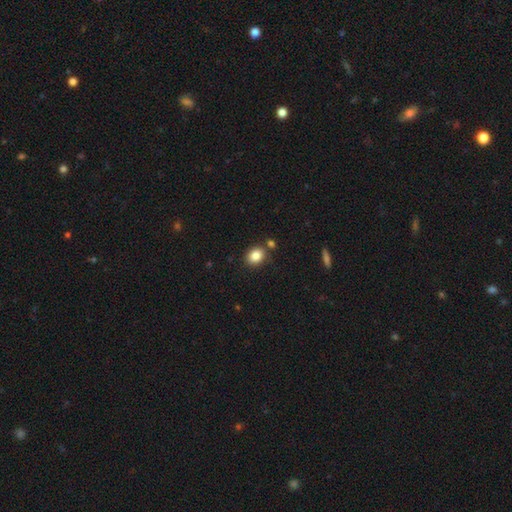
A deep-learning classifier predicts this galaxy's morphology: Smooth or featured?
  - smooth: 85% *
  - star or artifact: 9%
  - featured or disk: 6%
How rounded?
  - in between: 51% *
  - round: 48%
  - cigar-shaped: 1%
Merging?
  - none: 78% *
  - minor disturbance: 10%
  - merger: 9%
  - major disturbance: 3%